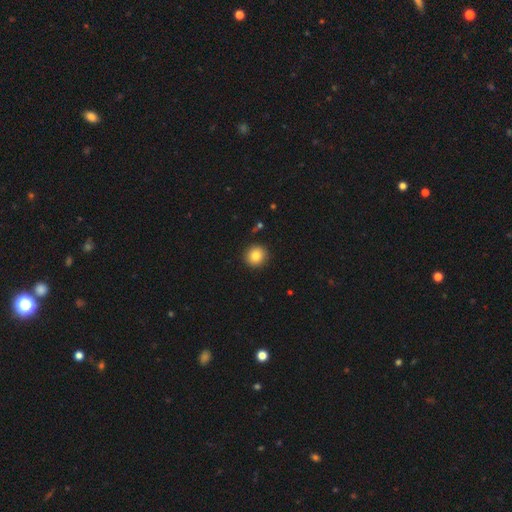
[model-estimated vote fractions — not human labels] Smooth or featured: smooth — 83% (star or artifact — 10%)
How rounded: round — 92% (in between — 7%)
Merging: none — 91% (minor disturbance — 6%)